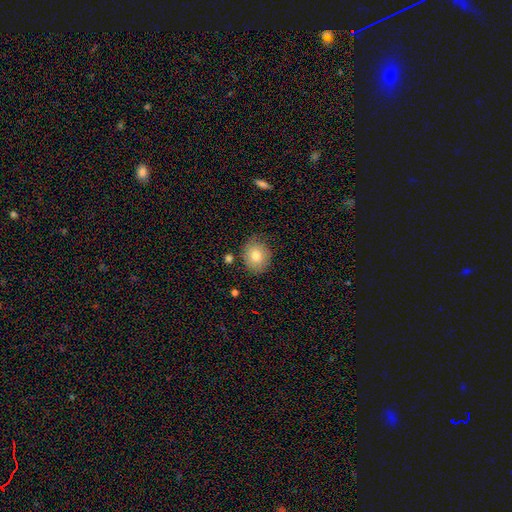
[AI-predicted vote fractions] This appears to be a smooth galaxy with no disk features (79%) that is round (72%). Merging: none (76%).